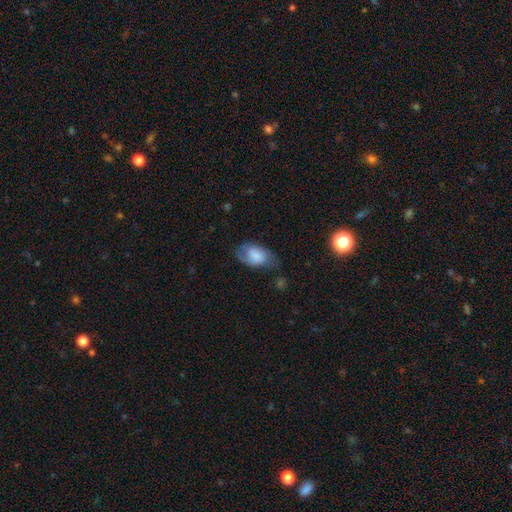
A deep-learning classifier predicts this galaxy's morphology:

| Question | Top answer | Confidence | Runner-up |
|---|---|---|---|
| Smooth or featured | smooth | 67% | featured or disk (26%) |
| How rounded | in between | 90% | round (8%) |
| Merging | none | 48% | minor disturbance (34%) |